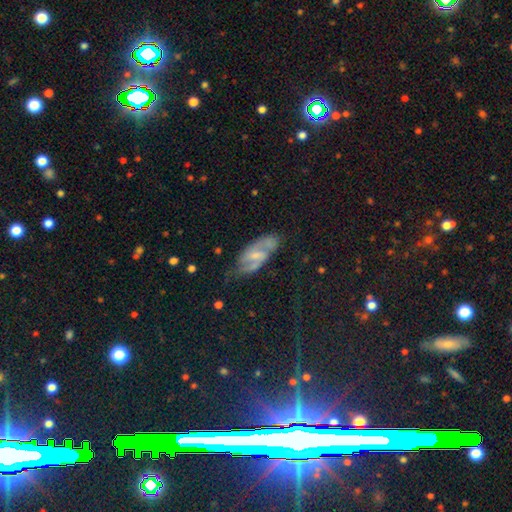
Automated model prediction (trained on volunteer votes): Q: Smooth or featured?
A: featured or disk (69%); runner-up: smooth (23%)
Q: Edge-on disk?
A: no (93%); runner-up: yes (7%)
Q: Bar?
A: weak (50%); runner-up: strong (28%)
Q: Spiral arms?
A: yes (84%); runner-up: no (16%)
Q: Spiral winding?
A: medium (50%); runner-up: loose (29%)
Q: Spiral arm count?
A: 2 (84%); runner-up: can't tell (10%)
Q: Bulge size?
A: small (48%); runner-up: moderate (33%)
Q: Merging?
A: none (60%); runner-up: minor disturbance (25%)